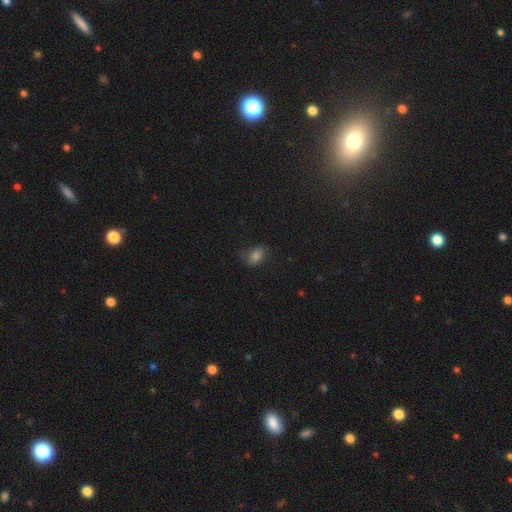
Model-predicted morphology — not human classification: A smooth galaxy with no disk features (76%) that is in between round and cigar-shaped (80%).

Vote fractions:
- Smooth or featured? smooth: 76% / star or artifact: 16% / featured or disk: 8%
- How rounded? in between: 80% / round: 18% / cigar-shaped: 2%
- Merging? none: 68% / minor disturbance: 22% / major disturbance: 8% / merger: 2%